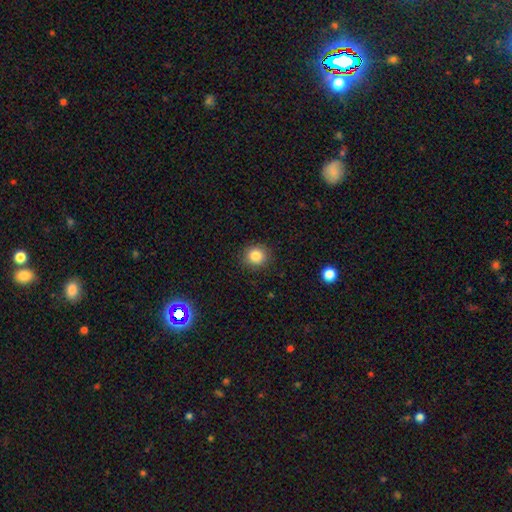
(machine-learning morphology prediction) This appears to be a smooth galaxy with no disk features (84%) that is round (91%). Merging: none (90%).